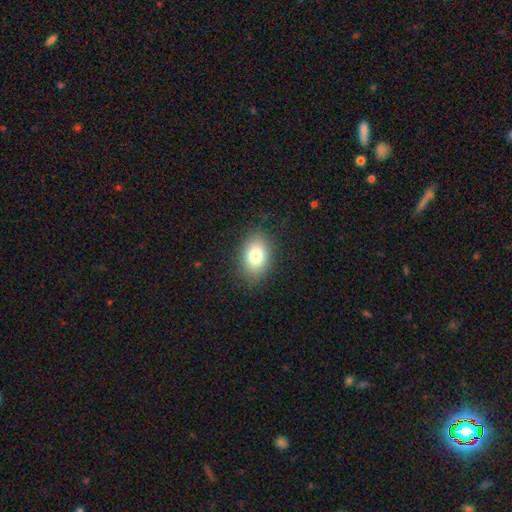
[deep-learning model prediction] Q: Smooth or featured?
A: smooth (79%); runner-up: featured or disk (11%)
Q: How rounded?
A: in between (81%); runner-up: round (18%)
Q: Merging?
A: none (86%); runner-up: minor disturbance (10%)